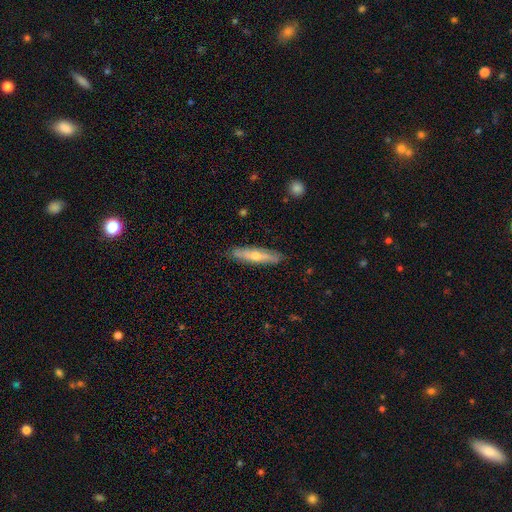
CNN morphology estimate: Smooth or featured? Predicted: featured or disk (p=0.55). Edge-on disk? Predicted: yes (p=0.71). Merging? Predicted: none (p=0.85).